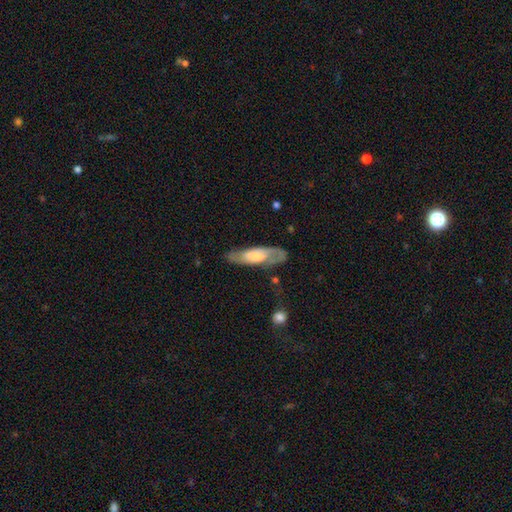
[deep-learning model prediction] Smooth or featured: featured or disk — 60% (smooth — 34%)
Edge-on disk: no — 72% (yes — 28%)
Merging: none — 71% (minor disturbance — 18%)